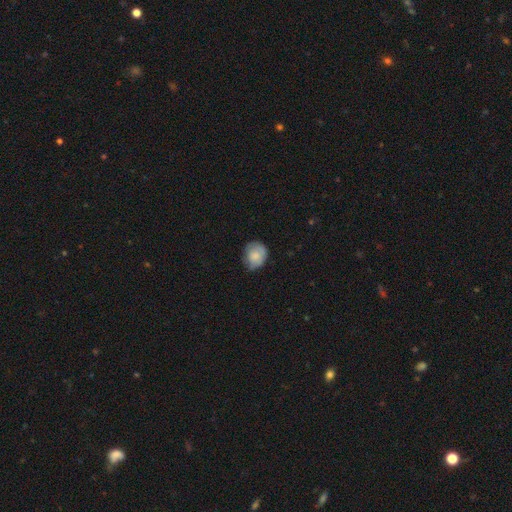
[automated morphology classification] Q: Smooth or featured?
A: smooth (77%); runner-up: featured or disk (16%)
Q: How rounded?
A: round (66%); runner-up: in between (33%)
Q: Merging?
A: none (60%); runner-up: minor disturbance (31%)